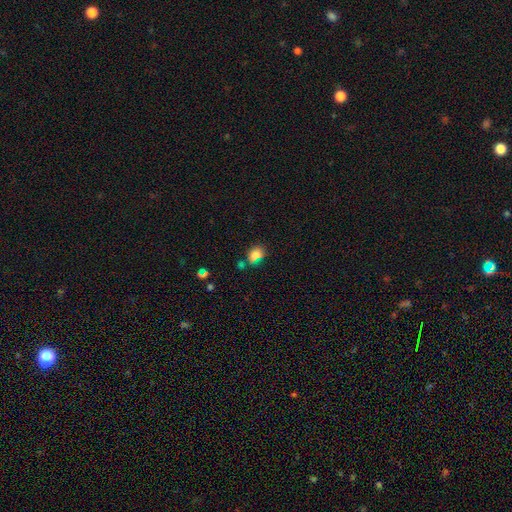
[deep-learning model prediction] smooth 80%, star or artifact 12%, featured or disk 8%. Down the decision tree: how rounded — in between (56%); merging — none (61%).